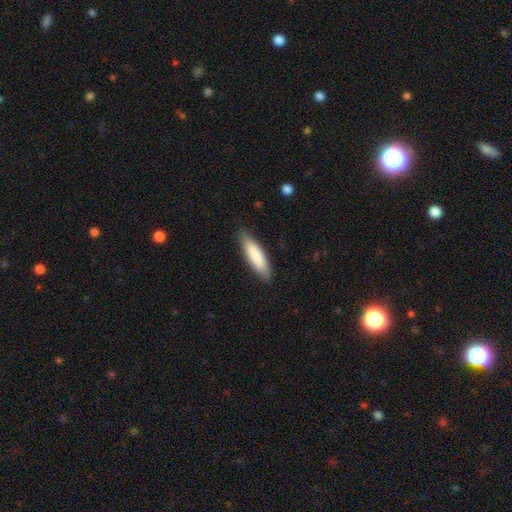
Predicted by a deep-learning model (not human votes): smooth-or-featured: smooth: 82% | featured or disk: 13% | star or artifact: 5%
  how-rounded: cigar-shaped: 61% | in between: 37% | round: 1%
  merging: none: 83% | minor disturbance: 14% | major disturbance: 2% | merger: 1%